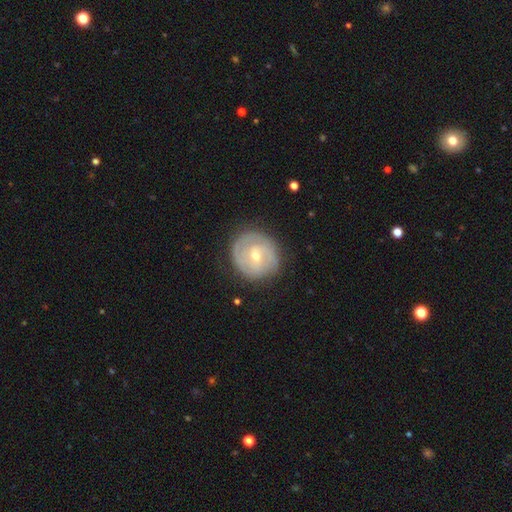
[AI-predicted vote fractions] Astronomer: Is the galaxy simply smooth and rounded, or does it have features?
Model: featured or disk — 77%.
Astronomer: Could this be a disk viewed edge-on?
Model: no — 97%.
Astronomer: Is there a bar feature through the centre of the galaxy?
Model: no — 44%, tied with weak at 44%.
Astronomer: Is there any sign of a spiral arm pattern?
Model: yes — 88%.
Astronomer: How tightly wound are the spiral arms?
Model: tight — 70%.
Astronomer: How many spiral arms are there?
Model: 2 — 42% (runner-up: can't tell, 30%).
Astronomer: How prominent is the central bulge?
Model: small — 50% (runner-up: moderate, 48%).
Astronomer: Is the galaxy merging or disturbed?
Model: none — 82%.